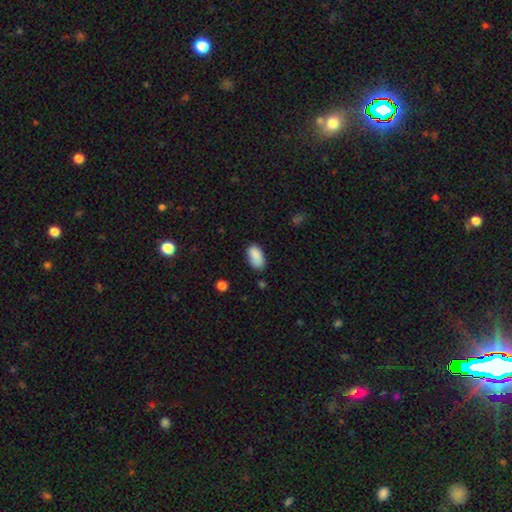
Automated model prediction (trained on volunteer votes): Overall: smooth (88%). How rounded: in between (94%). Merging: none (72%).